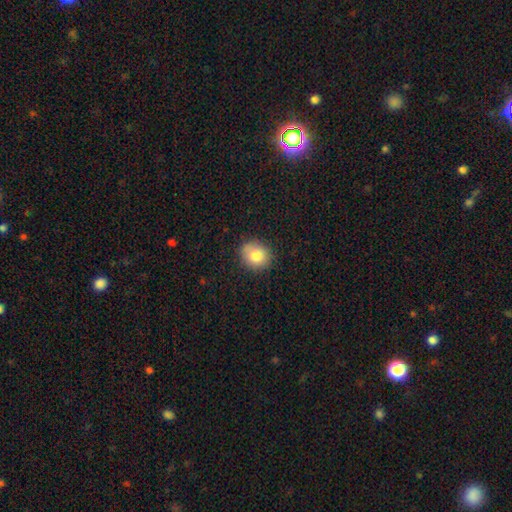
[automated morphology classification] smooth-or-featured: smooth: 81% | star or artifact: 9% | featured or disk: 9%
  how-rounded: round: 70% | in between: 29% | cigar-shaped: 1%
  merging: none: 86% | minor disturbance: 11% | major disturbance: 2% | merger: 1%